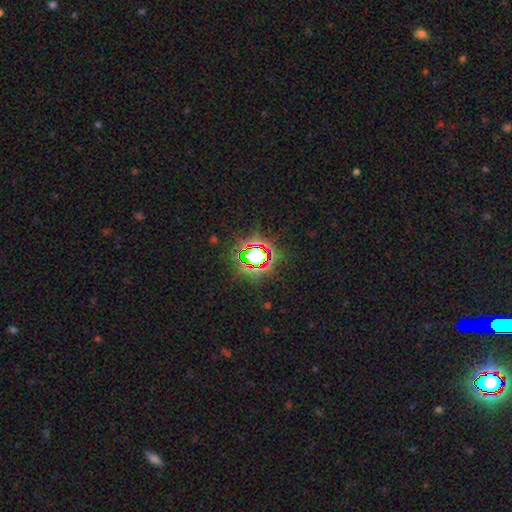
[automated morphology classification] smooth_or_featured: star or artifact (p=0.71) [alt: smooth p=0.18]